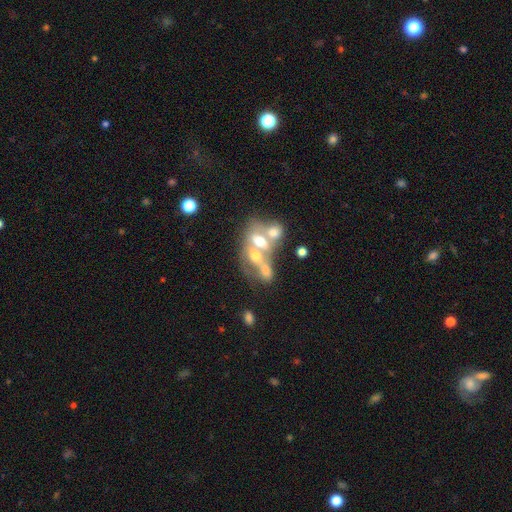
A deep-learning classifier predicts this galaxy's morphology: A featured or disk galaxy (44%). Merging: merger (68%).